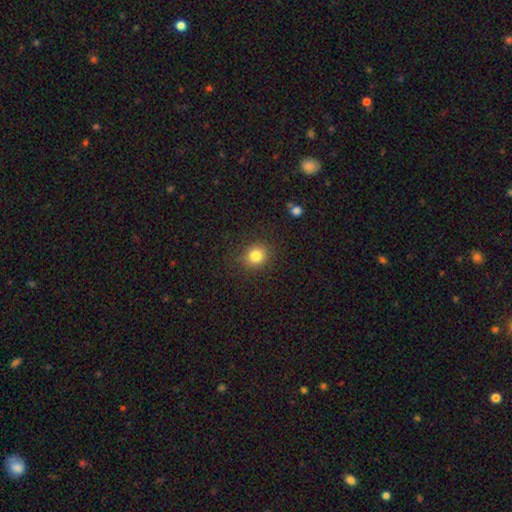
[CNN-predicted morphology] Overall: smooth (82%). How rounded: round (79%). Merging: none (86%).